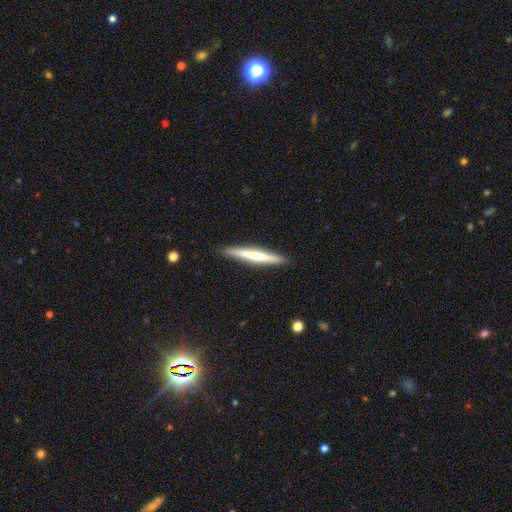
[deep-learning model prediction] Smooth or featured?
  - smooth: 49% *
  - featured or disk: 46%
  - star or artifact: 5%
Merging?
  - none: 91% *
  - minor disturbance: 7%
  - major disturbance: 1%
  - merger: 1%